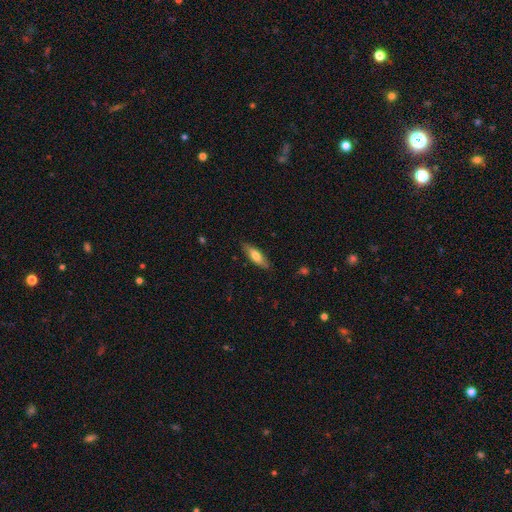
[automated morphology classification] Smooth or featured? Predicted: smooth (p=0.66). How rounded? Predicted: in between (p=0.53). Merging? Predicted: none (p=0.82).